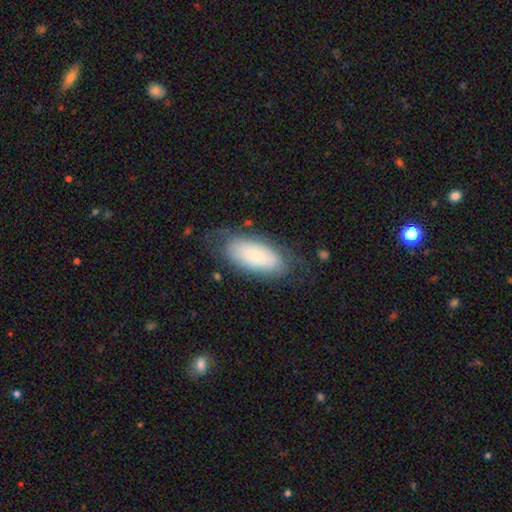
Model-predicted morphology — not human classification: smooth 68%, featured or disk 25%, star or artifact 7%. Down the decision tree: how rounded — in between (90%); merging — none (67%).